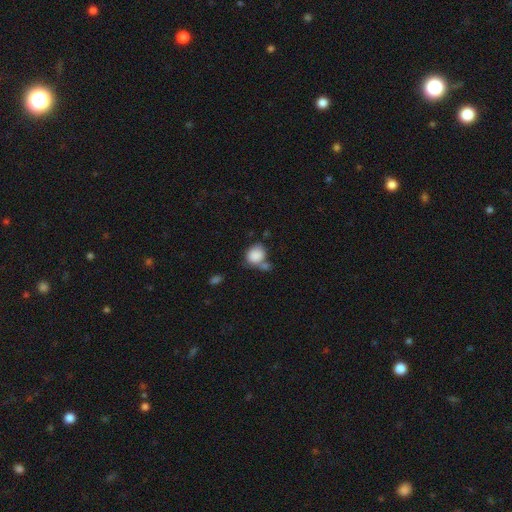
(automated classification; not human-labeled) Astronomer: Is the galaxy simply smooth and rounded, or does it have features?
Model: smooth — 86%.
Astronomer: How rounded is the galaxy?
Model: round — 61% (runner-up: in between, 38%).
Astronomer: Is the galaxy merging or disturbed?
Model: none — 45% (runner-up: merger, 29%).